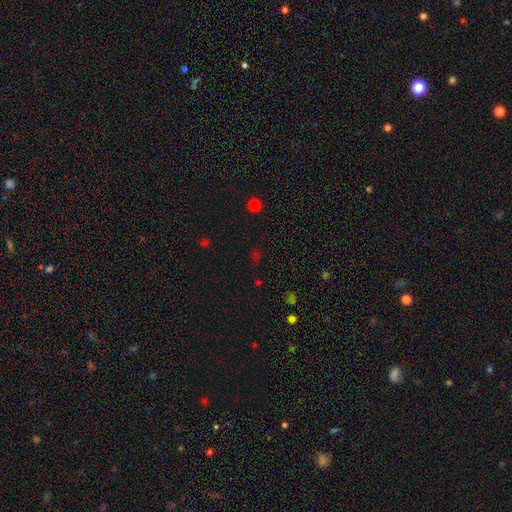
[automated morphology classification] type=star or artifact (55%).